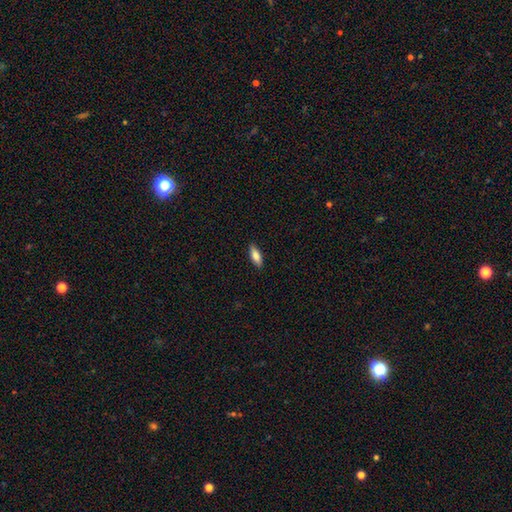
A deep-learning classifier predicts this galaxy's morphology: smooth-or-featured: smooth: 82% | featured or disk: 12% | star or artifact: 6%
  how-rounded: in between: 71% | cigar-shaped: 27% | round: 2%
  merging: none: 89% | minor disturbance: 8% | major disturbance: 2% | merger: 1%